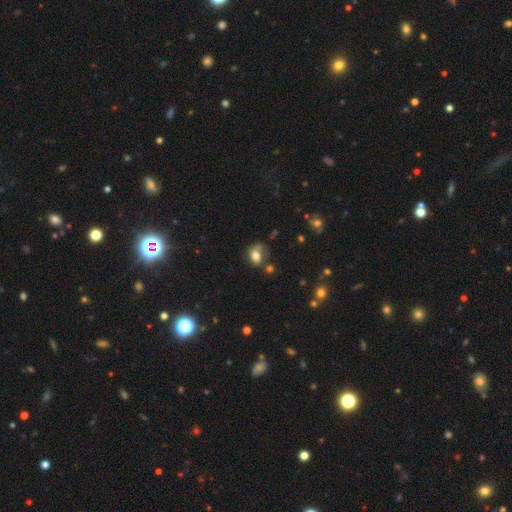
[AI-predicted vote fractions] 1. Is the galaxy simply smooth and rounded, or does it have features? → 74% smooth, 14% featured or disk, 11% star or artifact.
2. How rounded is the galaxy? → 62% in between, 36% round, 1% cigar-shaped.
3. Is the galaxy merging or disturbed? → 43% none, 29% minor disturbance, 17% major disturbance, 11% merger.